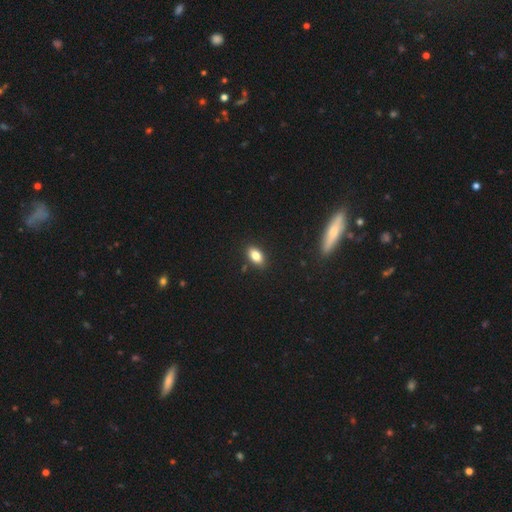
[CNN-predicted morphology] Smooth or featured? Predicted: smooth (p=0.82). How rounded? Predicted: in between (p=0.89). Merging? Predicted: none (p=0.87).